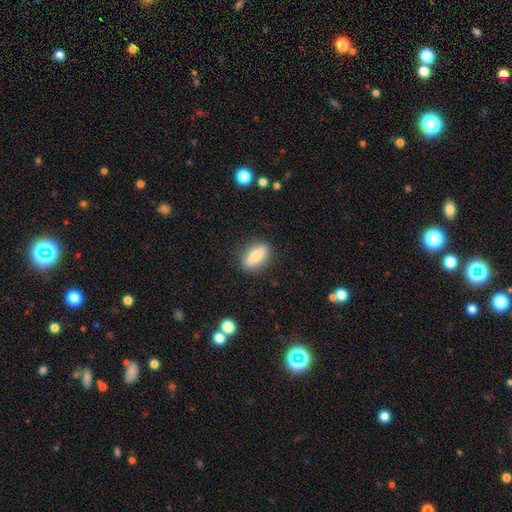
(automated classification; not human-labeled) Smooth or featured?
  - smooth: 73% *
  - featured or disk: 20%
  - star or artifact: 7%
How rounded?
  - in between: 67% *
  - cigar-shaped: 28%
  - round: 5%
Merging?
  - none: 86% *
  - minor disturbance: 10%
  - major disturbance: 3%
  - merger: 1%